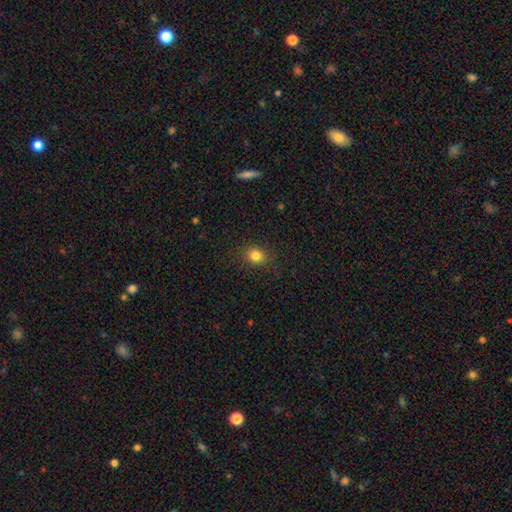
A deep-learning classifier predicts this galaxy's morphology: Smooth or featured? smooth (82%)
How rounded? round (67%)
Merging? none (87%)